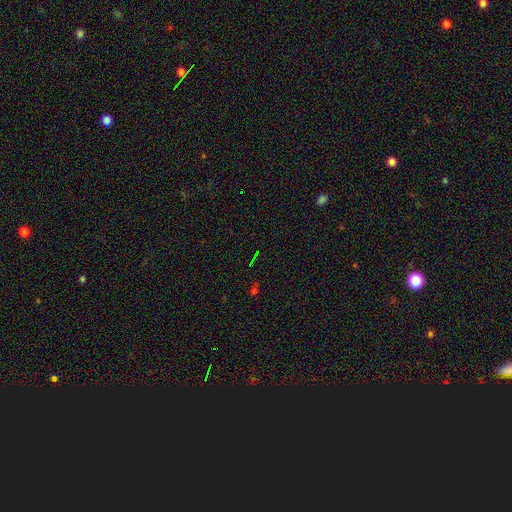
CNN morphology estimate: Smooth or featured? star or artifact (73%)